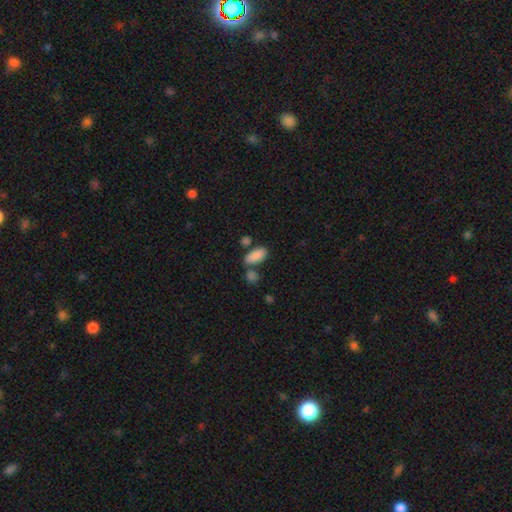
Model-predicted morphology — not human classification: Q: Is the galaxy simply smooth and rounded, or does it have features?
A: smooth — 87%.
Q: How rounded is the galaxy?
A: in between — 91%.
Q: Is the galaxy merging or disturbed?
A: none — 62%.